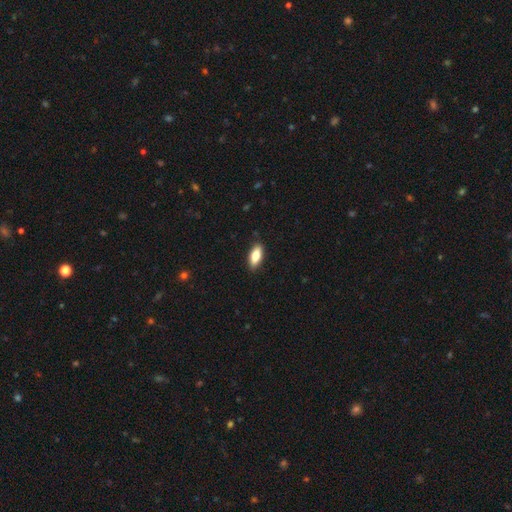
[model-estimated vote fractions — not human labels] Smooth or featured? Predicted: smooth (p=0.79). How rounded? Predicted: in between (p=0.80). Merging? Predicted: none (p=0.88).